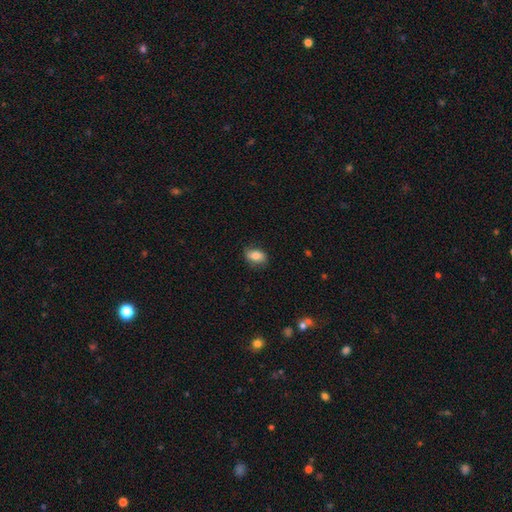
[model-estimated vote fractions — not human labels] This appears to be a smooth galaxy with no disk features (78%) that is in between round and cigar-shaped (87%). Merging: none (80%).